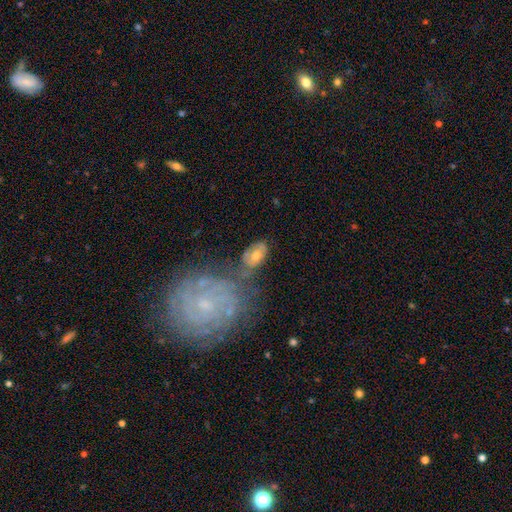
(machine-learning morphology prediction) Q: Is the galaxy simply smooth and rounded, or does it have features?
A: smooth — 49%.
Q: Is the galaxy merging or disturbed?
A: none — 53%.